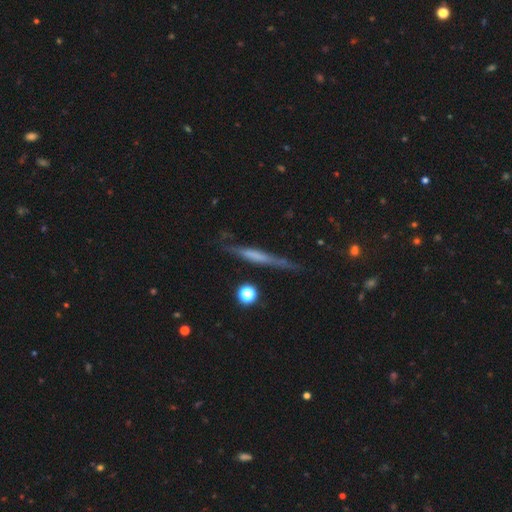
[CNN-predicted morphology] smooth-or-featured: featured or disk: 53% | smooth: 38% | star or artifact: 9%
  disk-edge-on: yes: 93% | no: 7%
  merging: none: 74% | minor disturbance: 18% | major disturbance: 6% | merger: 3%